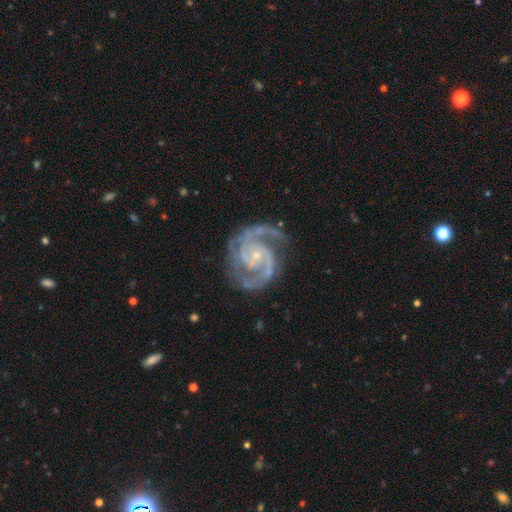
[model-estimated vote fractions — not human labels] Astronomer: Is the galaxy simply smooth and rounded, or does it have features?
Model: featured or disk — 94%.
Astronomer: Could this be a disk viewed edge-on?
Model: no — 98%.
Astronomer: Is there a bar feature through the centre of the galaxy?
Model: no — 62%.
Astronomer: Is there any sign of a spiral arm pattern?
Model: yes — 99%.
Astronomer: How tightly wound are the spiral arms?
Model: medium — 49% (runner-up: tight, 45%).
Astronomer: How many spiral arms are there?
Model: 2 — 76%.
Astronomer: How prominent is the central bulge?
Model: small — 81%.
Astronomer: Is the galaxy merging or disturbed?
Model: none — 75%.